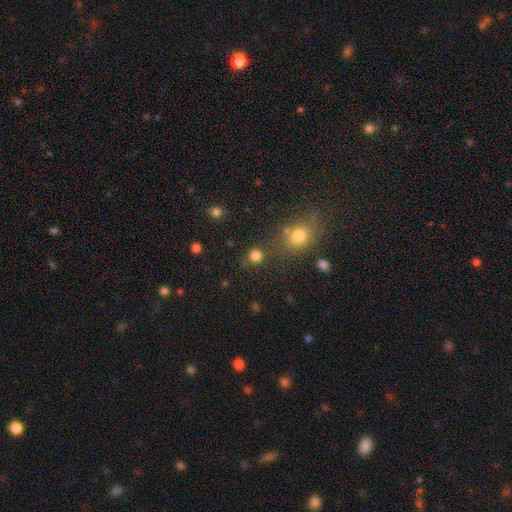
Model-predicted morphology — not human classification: Smooth or featured? smooth (80%)
How rounded? round (90%)
Merging? none (77%)